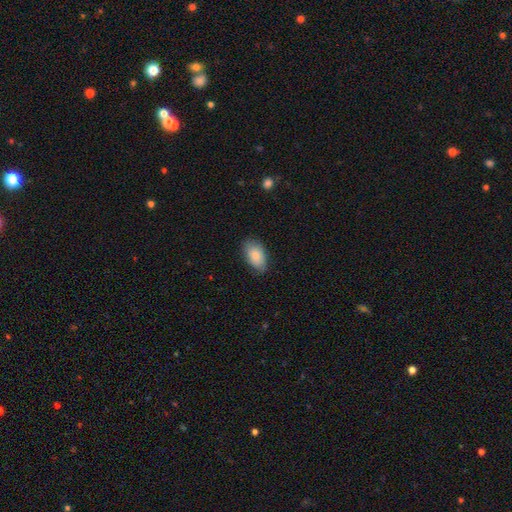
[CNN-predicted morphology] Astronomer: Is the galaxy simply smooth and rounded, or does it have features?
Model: smooth — 84%.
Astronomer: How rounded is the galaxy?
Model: in between — 93%.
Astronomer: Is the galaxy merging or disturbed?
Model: none — 77%.